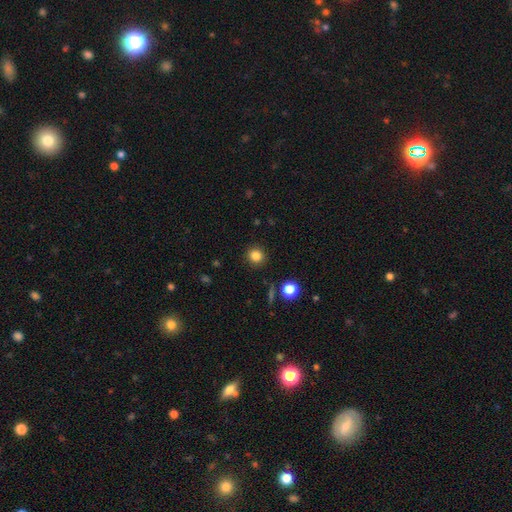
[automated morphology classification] type=smooth (83%); roundness=round (92%); merging=none (91%).